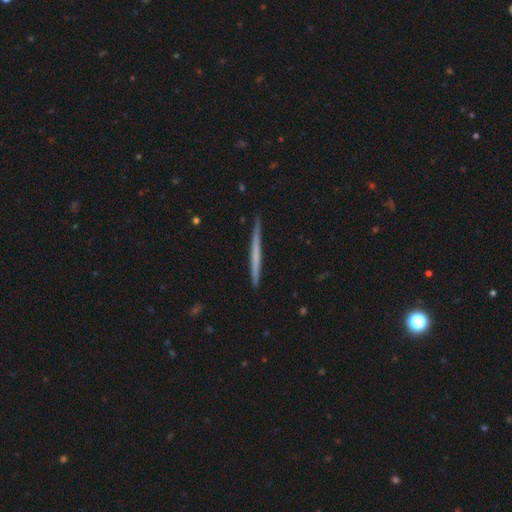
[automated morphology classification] smooth_or_featured: featured or disk (p=0.51) [alt: smooth p=0.44]
disk_edge_on: yes (p=0.98) [alt: no p=0.02]
edge_on_bulge: none (p=0.89) [alt: rounded p=0.08]
merging: none (p=0.91) [alt: minor disturbance p=0.07]